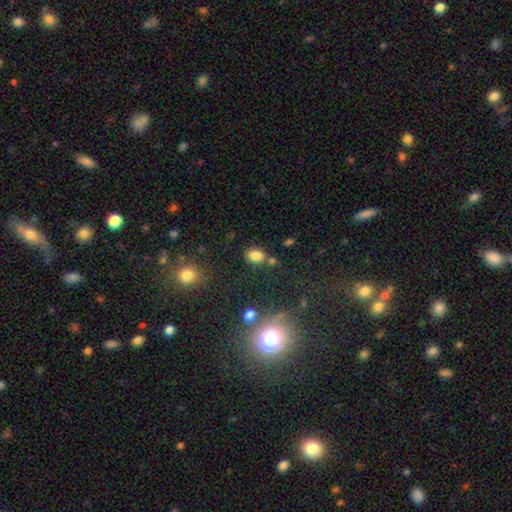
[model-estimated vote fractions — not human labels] smooth-or-featured: smooth: 80% | star or artifact: 13% | featured or disk: 7%
  how-rounded: in between: 73% | round: 26% | cigar-shaped: 1%
  merging: none: 71% | minor disturbance: 14% | merger: 10% | major disturbance: 4%